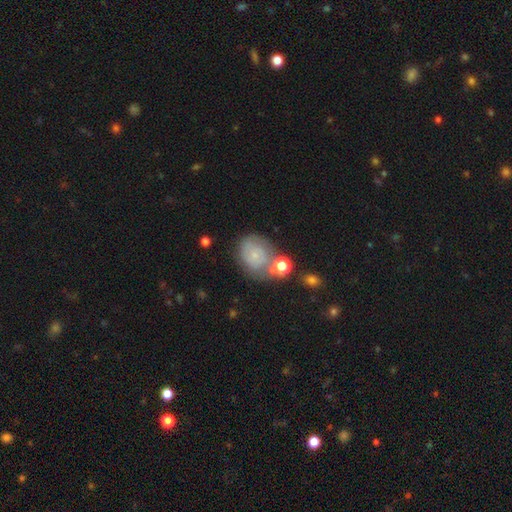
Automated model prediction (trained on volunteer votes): Smooth or featured: smooth — 48% (featured or disk — 40%)
Merging: none — 52% (minor disturbance — 23%)